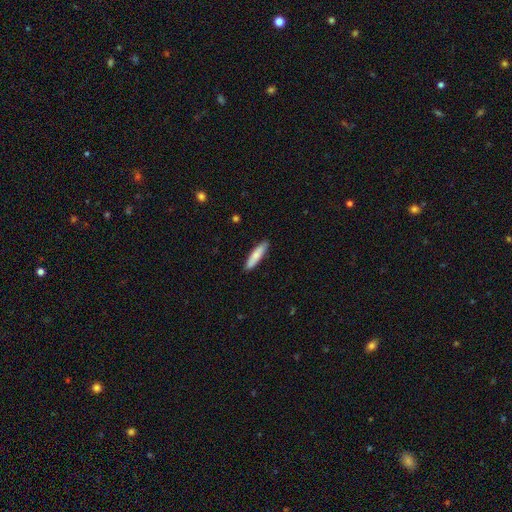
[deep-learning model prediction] smooth_or_featured: smooth (p=0.79) [alt: featured or disk p=0.16]
how_rounded: cigar-shaped (p=0.79) [alt: in between p=0.20]
merging: none (p=0.88) [alt: minor disturbance p=0.09]